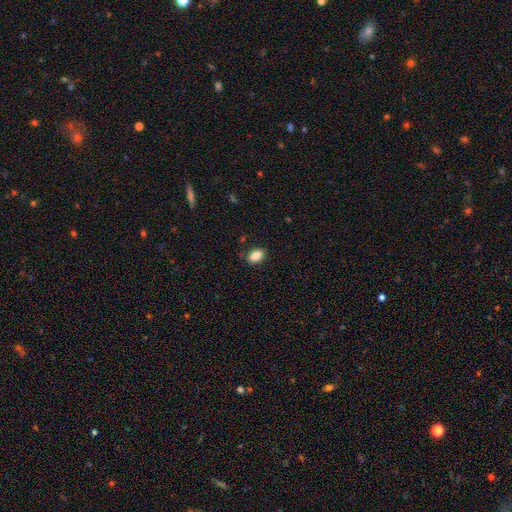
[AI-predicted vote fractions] The model was most divided on "how rounded": in between: 85%, round: 14%, cigar-shaped: 2%. More confident: smooth or featured — smooth (86%); merging — none (84%).